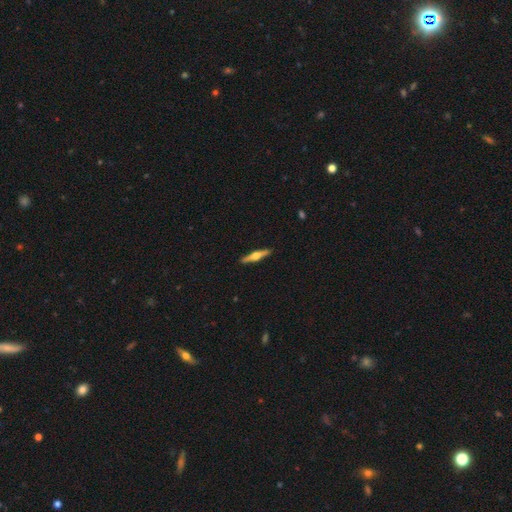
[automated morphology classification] Overall: featured or disk (68%). Edge-on disk: yes (97%). Edge-on bulge: rounded (93%). Merging: none (91%).